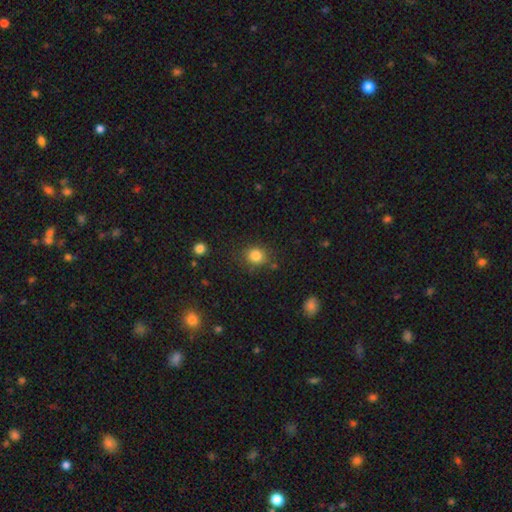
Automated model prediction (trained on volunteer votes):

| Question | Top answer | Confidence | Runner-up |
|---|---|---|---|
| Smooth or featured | smooth | 83% | star or artifact (12%) |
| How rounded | round | 82% | in between (17%) |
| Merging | none | 79% | minor disturbance (12%) |